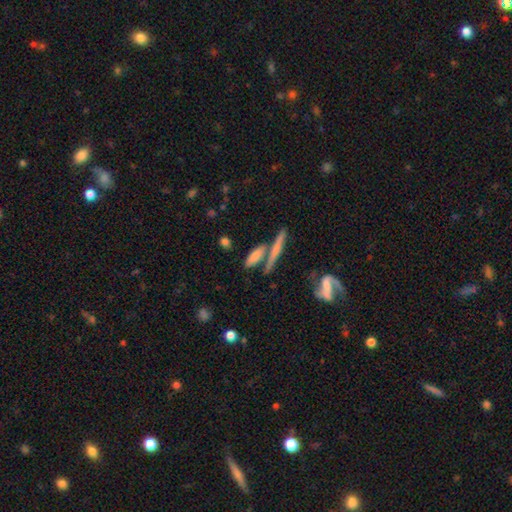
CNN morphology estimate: smooth 54%, featured or disk 36%, star or artifact 10%. Down the decision tree: how rounded — cigar-shaped (70%); merging — none (55%).